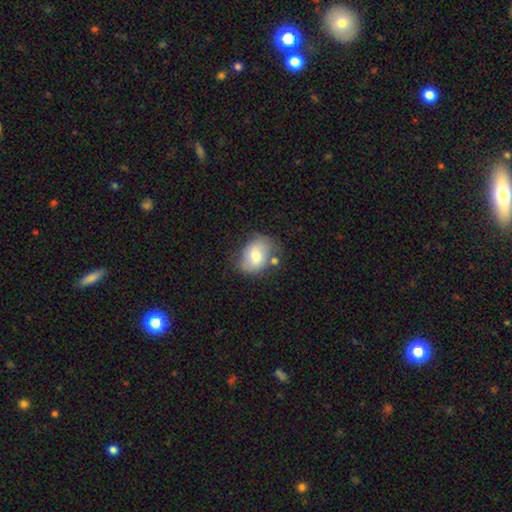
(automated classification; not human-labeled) Smooth or featured: smooth — 70% (featured or disk — 22%)
How rounded: in between — 65% (round — 33%)
Merging: none — 58% (minor disturbance — 25%)